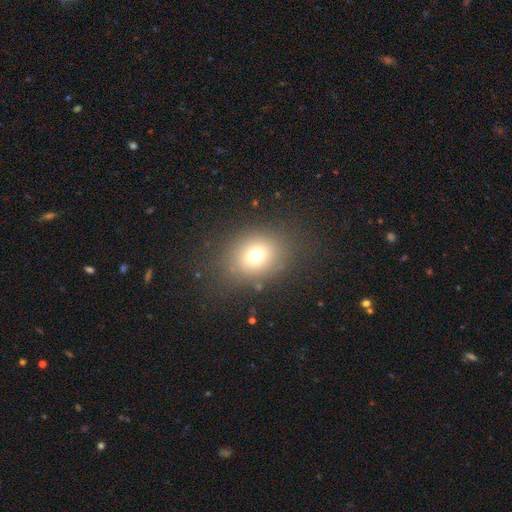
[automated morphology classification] The model was most divided on "how rounded": round: 56%, in between: 43%, cigar-shaped: 1%. More confident: merging — none (81%); smooth or featured — smooth (70%).